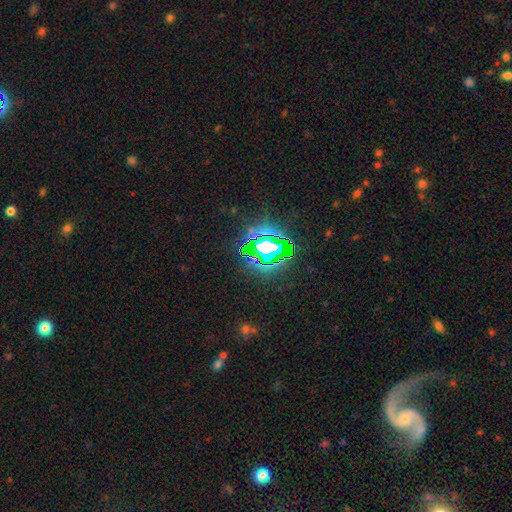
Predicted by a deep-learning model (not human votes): Smooth or featured? star or artifact (77%)